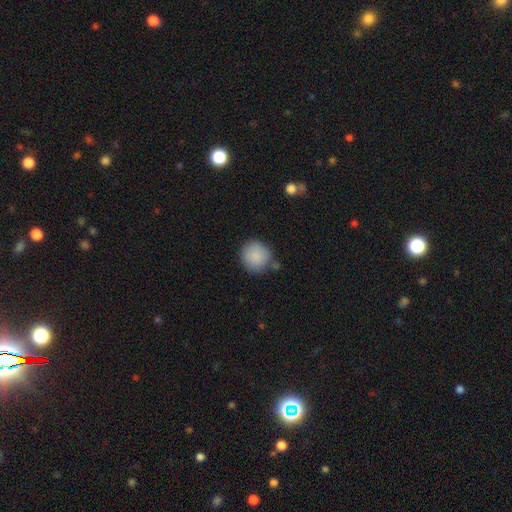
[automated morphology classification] A smooth galaxy with no disk features (88%) that is round (92%). Merging: none (75%).